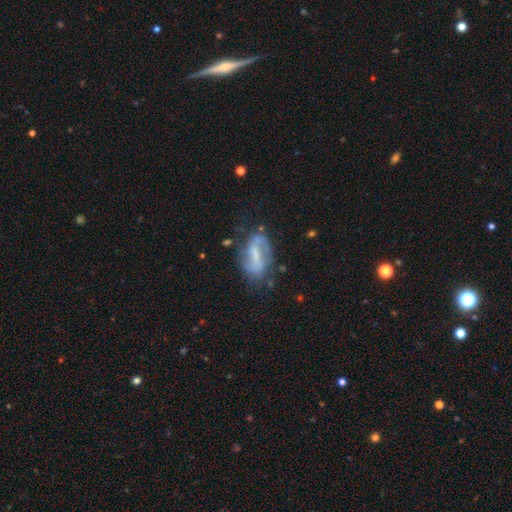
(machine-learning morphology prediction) featured or disk 70%, smooth 22%, star or artifact 8%. Down the decision tree: edge-on disk — no (95%); bar — weak (43%); spiral arms — yes (79%); spiral arm count — 2 (75%); spiral winding — medium (42%); bulge size — none (35%); merging — none (58%).